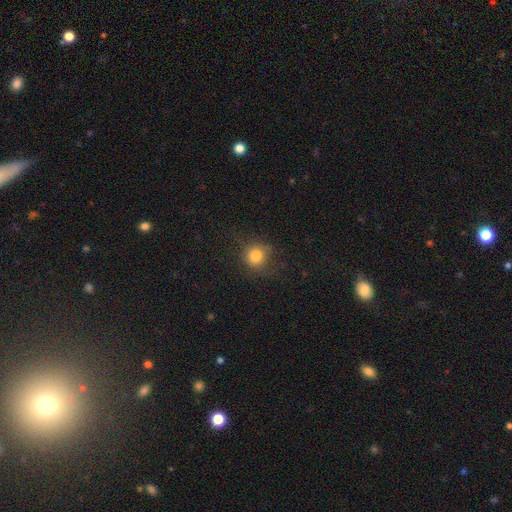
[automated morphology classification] Overall: smooth (80%). How rounded: round (88%). Merging: none (73%).